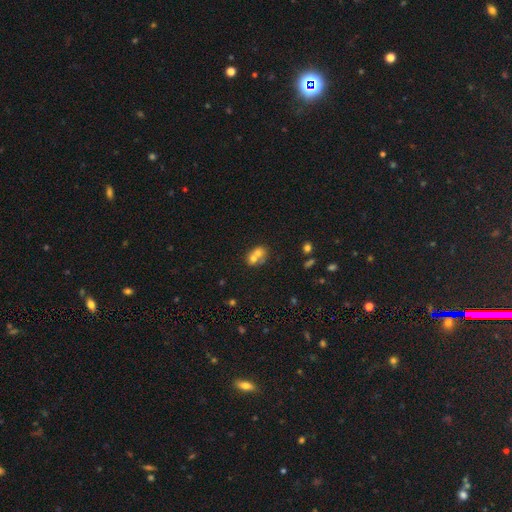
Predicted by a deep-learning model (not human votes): smooth-or-featured: smooth: 63% | featured or disk: 25% | star or artifact: 12%
  how-rounded: round: 54% | in between: 45% | cigar-shaped: 1%
  merging: merger: 69% | none: 22% | minor disturbance: 6% | major disturbance: 3%